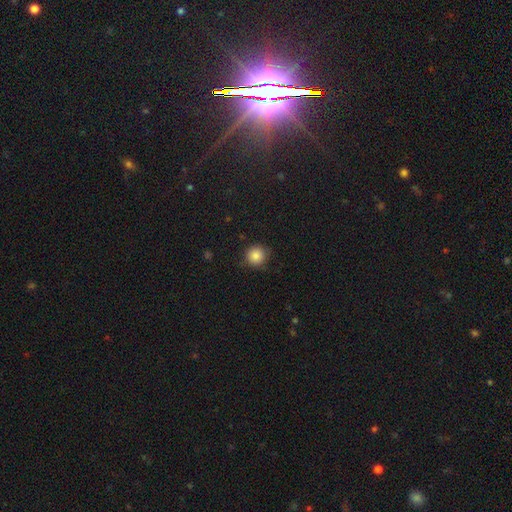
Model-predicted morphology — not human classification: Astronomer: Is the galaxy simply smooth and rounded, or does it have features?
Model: smooth — 86%.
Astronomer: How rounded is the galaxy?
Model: round — 93%.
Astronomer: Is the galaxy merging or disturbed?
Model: none — 85%.